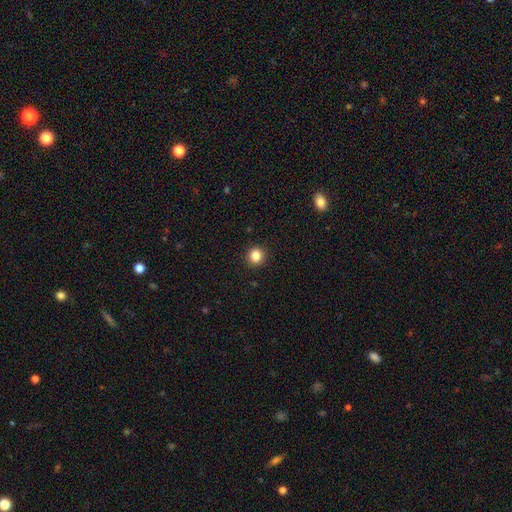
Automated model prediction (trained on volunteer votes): smooth-or-featured: smooth: 85% | star or artifact: 11% | featured or disk: 4%
  how-rounded: round: 90% | in between: 9% | cigar-shaped: 1%
  merging: none: 92% | minor disturbance: 5% | major disturbance: 2% | merger: 1%